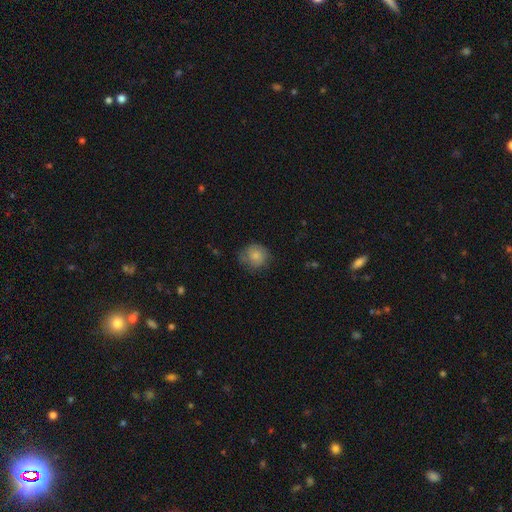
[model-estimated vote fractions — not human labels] Morphology: type=smooth (79%); roundness=round (85%); merging=none (66%).